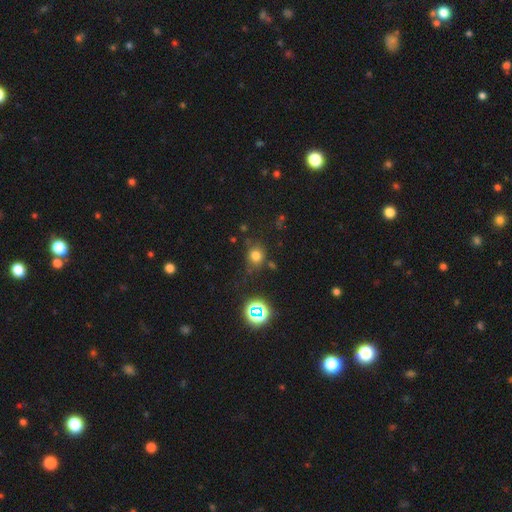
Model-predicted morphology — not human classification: Q: Smooth or featured?
A: smooth (71%); runner-up: star or artifact (21%)
Q: How rounded?
A: round (74%); runner-up: in between (25%)
Q: Merging?
A: none (69%); runner-up: minor disturbance (18%)